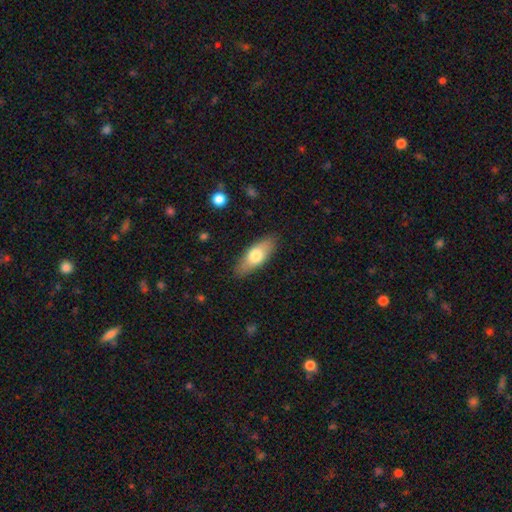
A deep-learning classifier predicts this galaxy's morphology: Overall: smooth (68%). How rounded: in between (70%). Merging: none (86%).